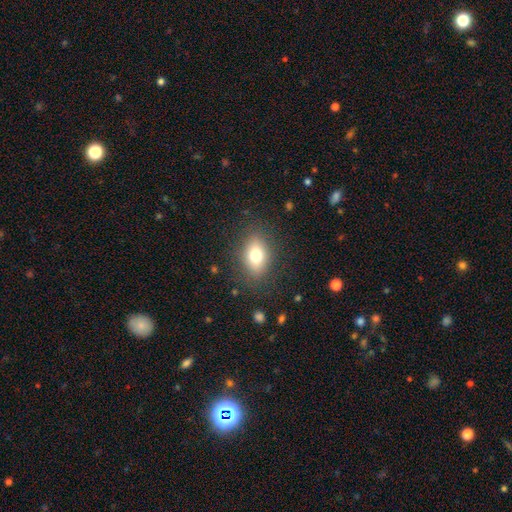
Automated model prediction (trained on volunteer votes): smooth 75%, featured or disk 15%, star or artifact 10%. Down the decision tree: how rounded — in between (78%); merging — none (83%).